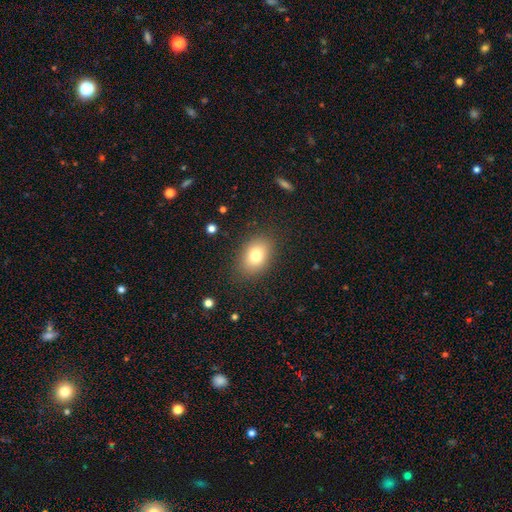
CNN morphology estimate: Q: Smooth or featured?
A: smooth (78%); runner-up: featured or disk (12%)
Q: How rounded?
A: in between (77%); runner-up: round (22%)
Q: Merging?
A: none (84%); runner-up: minor disturbance (11%)